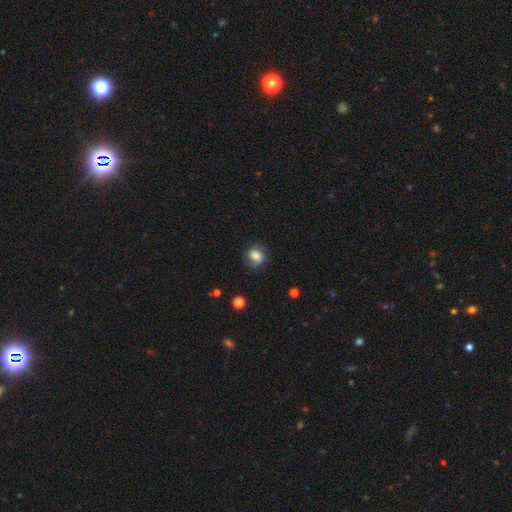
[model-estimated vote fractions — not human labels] Smooth or featured: smooth — 61% (featured or disk — 29%)
How rounded: round — 61% (in between — 38%)
Merging: none — 65% (minor disturbance — 22%)